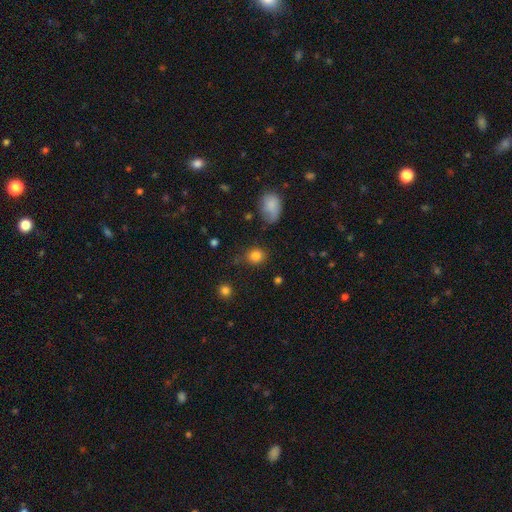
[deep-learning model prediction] smooth_or_featured: smooth (p=0.82) [alt: star or artifact p=0.12]
how_rounded: round (p=0.75) [alt: in between p=0.24]
merging: none (p=0.78) [alt: minor disturbance p=0.14]